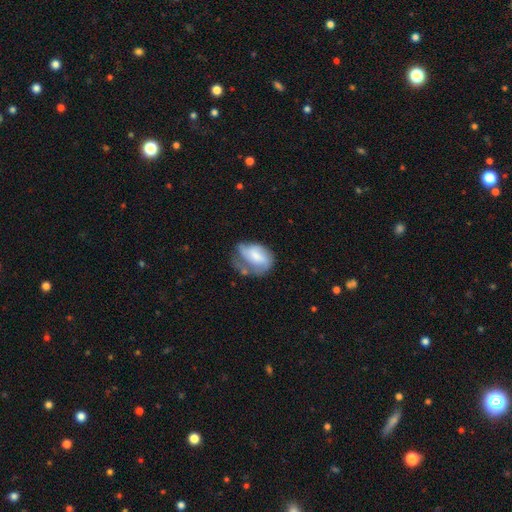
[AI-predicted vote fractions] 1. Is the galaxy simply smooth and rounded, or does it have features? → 50% smooth, 42% featured or disk, 8% star or artifact.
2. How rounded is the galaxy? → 75% in between, 23% round, 2% cigar-shaped.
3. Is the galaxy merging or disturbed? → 32% minor disturbance, 30% major disturbance, 29% none, 8% merger.